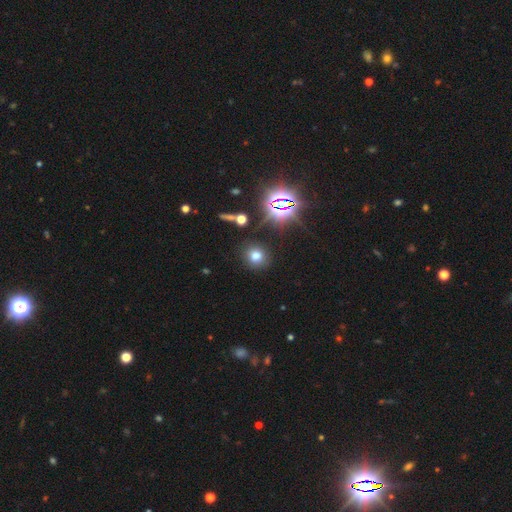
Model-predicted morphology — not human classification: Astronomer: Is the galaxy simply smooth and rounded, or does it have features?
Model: smooth — 70%.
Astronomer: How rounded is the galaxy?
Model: round — 82%.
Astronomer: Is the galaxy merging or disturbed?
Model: none — 85%.